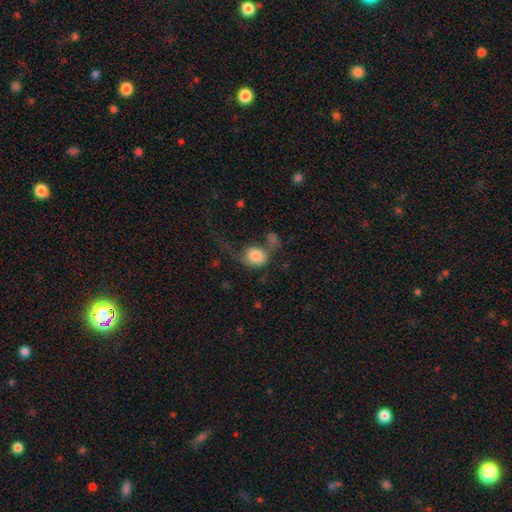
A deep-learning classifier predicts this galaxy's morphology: Smooth or featured?
  - smooth: 80% *
  - featured or disk: 12%
  - star or artifact: 8%
How rounded?
  - round: 64% *
  - in between: 35%
  - cigar-shaped: 1%
Merging?
  - major disturbance: 29% * (tied)
  - none: 29% * (tied)
  - merger: 24%
  - minor disturbance: 17%